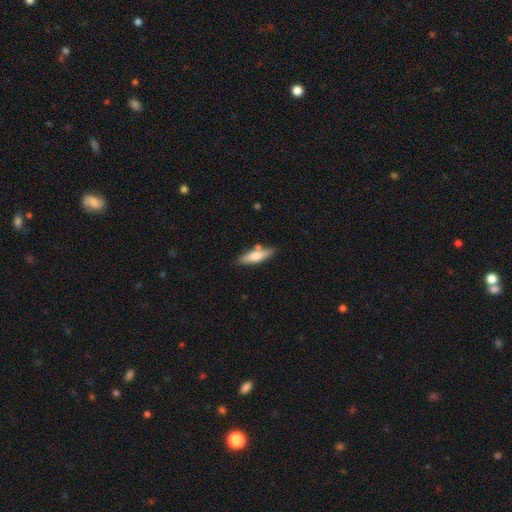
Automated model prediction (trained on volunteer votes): This appears to be a smooth galaxy with no disk features (64%) that is cigar-shaped (58%). Merging: none (76%).